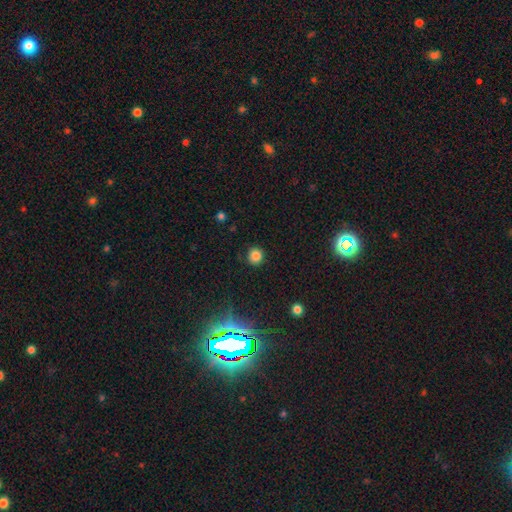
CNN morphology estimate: type=smooth (83%); roundness=round (89%); merging=none (87%).